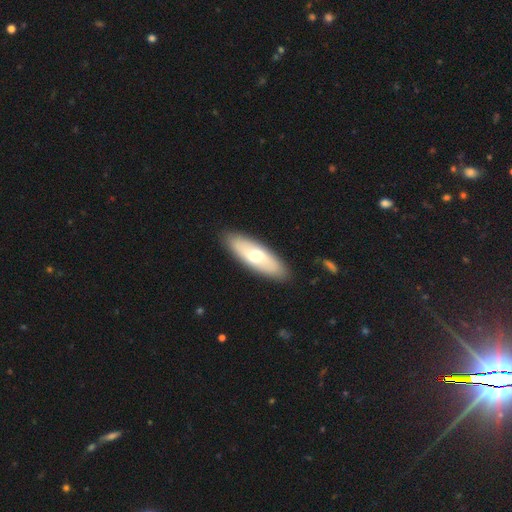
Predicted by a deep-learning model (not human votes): smooth_or_featured: smooth (p=0.56) [alt: featured or disk p=0.39]
how_rounded: in between (p=0.64) [alt: cigar-shaped p=0.34]
merging: none (p=0.89) [alt: minor disturbance p=0.07]